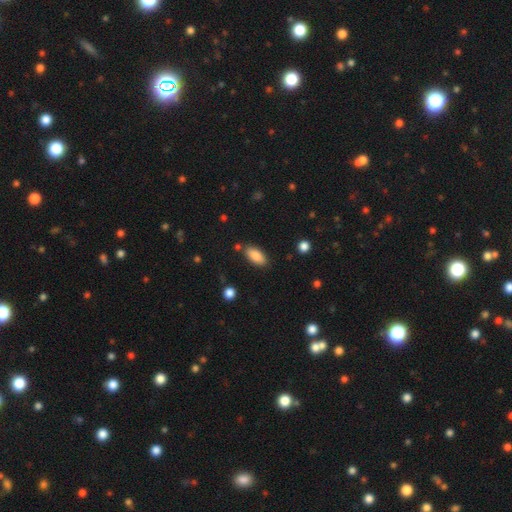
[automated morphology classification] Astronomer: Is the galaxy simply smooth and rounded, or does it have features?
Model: smooth — 87%.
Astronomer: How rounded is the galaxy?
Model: in between — 89%.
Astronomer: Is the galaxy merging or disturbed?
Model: none — 82%.